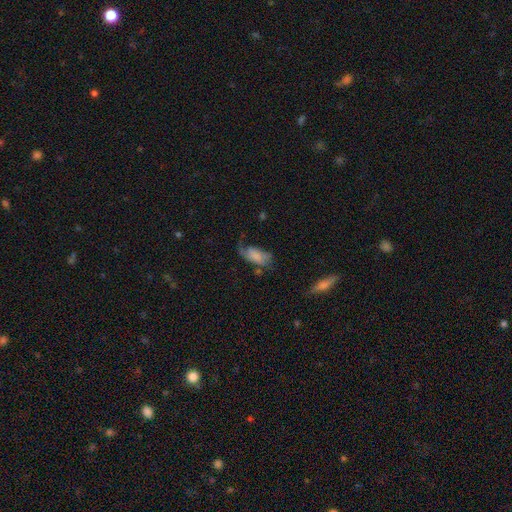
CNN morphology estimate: Smooth or featured? smooth (55%)
How rounded? in between (90%)
Merging? major disturbance (35%)